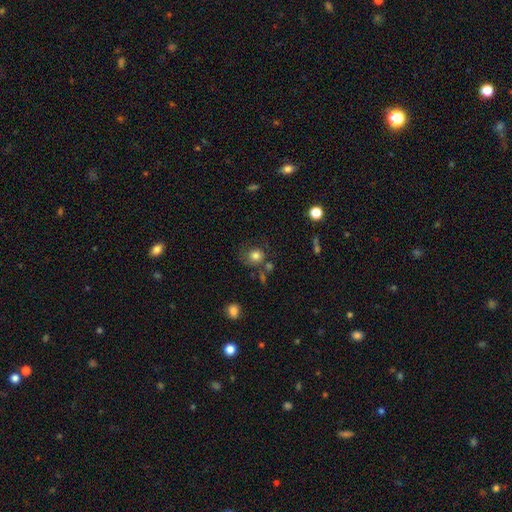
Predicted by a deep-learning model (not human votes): smooth_or_featured: smooth (p=0.79) [alt: star or artifact p=0.11]
how_rounded: round (p=0.76) [alt: in between p=0.24]
merging: none (p=0.58) [alt: minor disturbance p=0.21]